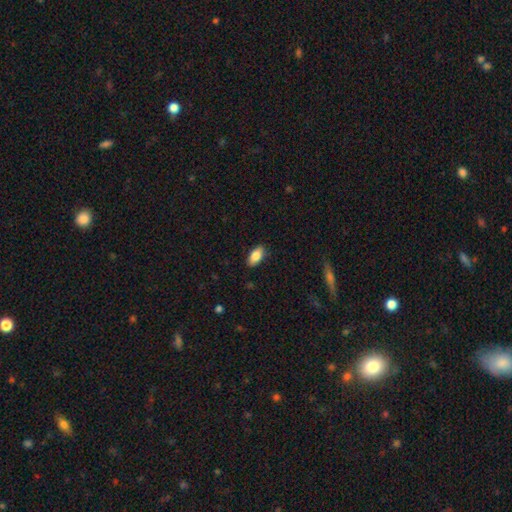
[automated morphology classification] Smooth or featured?
  - smooth: 85% *
  - featured or disk: 8%
  - star or artifact: 7%
How rounded?
  - in between: 91% *
  - cigar-shaped: 6%
  - round: 3%
Merging?
  - none: 87% *
  - minor disturbance: 10%
  - major disturbance: 2%
  - merger: 1%